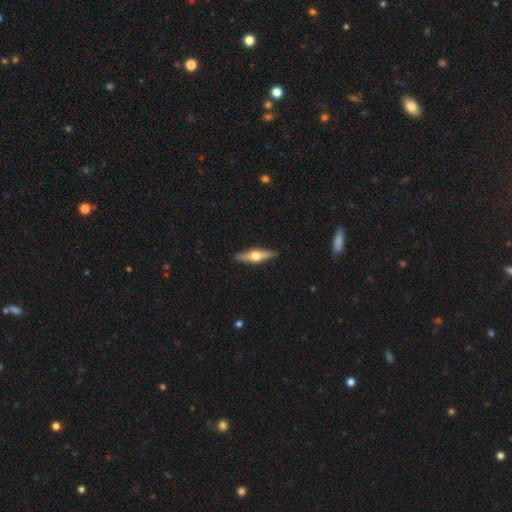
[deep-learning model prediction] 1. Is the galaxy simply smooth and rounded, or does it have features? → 59% featured or disk, 35% smooth, 5% star or artifact.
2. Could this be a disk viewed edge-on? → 94% yes, 6% no.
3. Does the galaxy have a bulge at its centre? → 95% rounded, 3% boxy, 2% none.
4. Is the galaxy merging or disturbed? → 90% none, 8% minor disturbance, 2% major disturbance, 1% merger.